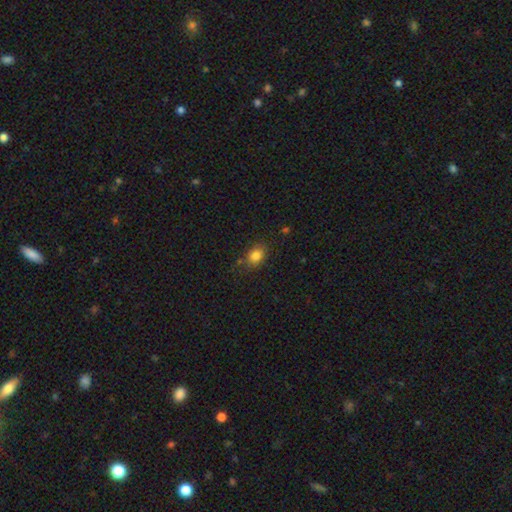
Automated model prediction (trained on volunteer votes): Smooth or featured?
  - smooth: 83% *
  - star or artifact: 11%
  - featured or disk: 7%
How rounded?
  - in between: 65% *
  - round: 34%
  - cigar-shaped: 1%
Merging?
  - none: 77% *
  - minor disturbance: 16%
  - major disturbance: 4%
  - merger: 3%